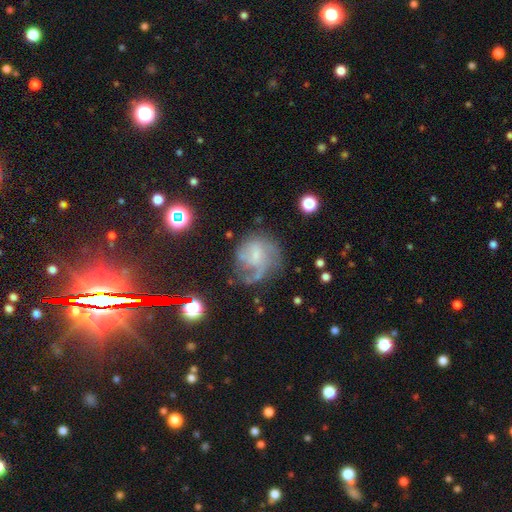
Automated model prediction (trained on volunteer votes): Smooth or featured? featured or disk (56%)
Edge-on disk? no (98%)
Bar? no (59%)
Spiral arms? yes (70%)
Bulge size? small (43%)
Merging? none (44%)